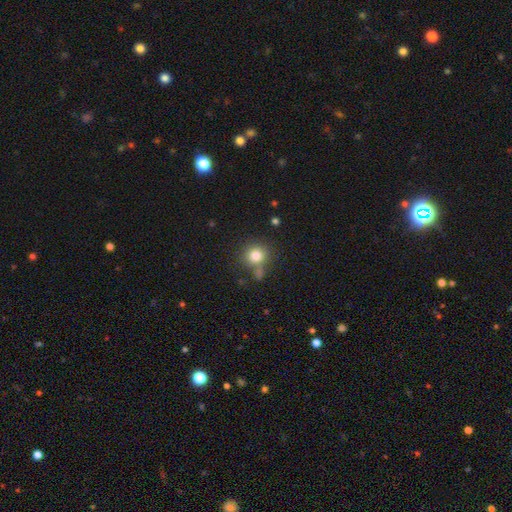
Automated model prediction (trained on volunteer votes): Smooth or featured? smooth (81%)
How rounded? round (88%)
Merging? none (67%)